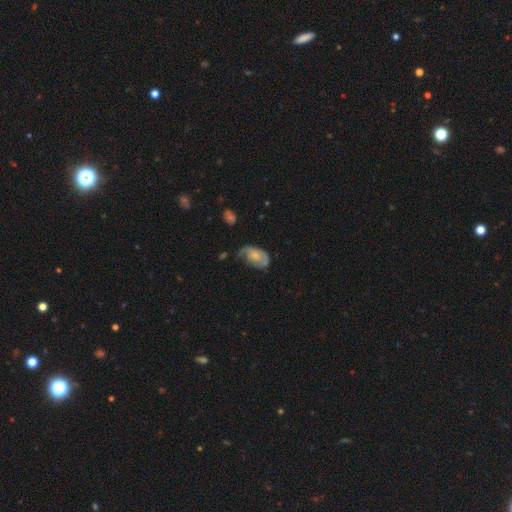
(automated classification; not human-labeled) The model was most divided on "merging": none: 40%, minor disturbance: 33%, major disturbance: 24%, merger: 3%. More confident: edge-on disk — no (95%); smooth or featured — featured or disk (50%).